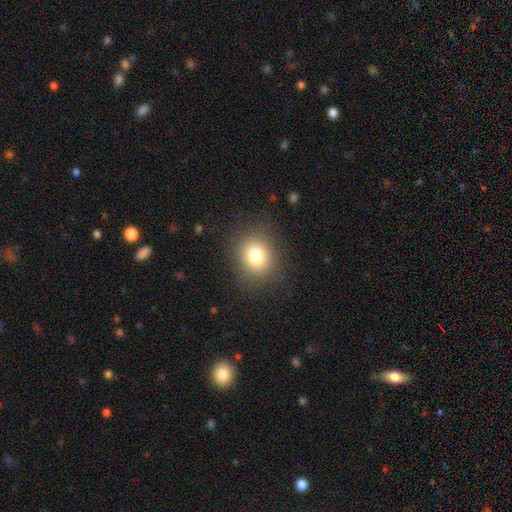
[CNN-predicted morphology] Smooth or featured?
  - smooth: 79% *
  - star or artifact: 12%
  - featured or disk: 9%
How rounded?
  - round: 70% *
  - in between: 29%
  - cigar-shaped: 1%
Merging?
  - none: 85% *
  - minor disturbance: 9%
  - major disturbance: 5%
  - merger: 1%